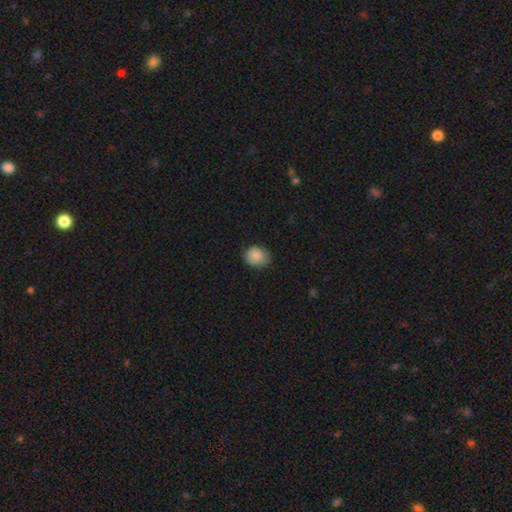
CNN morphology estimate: smooth-or-featured: smooth: 86% | star or artifact: 8% | featured or disk: 6%
  how-rounded: round: 55% | in between: 44% | cigar-shaped: 1%
  merging: none: 76% | minor disturbance: 20% | major disturbance: 4% | merger: 1%